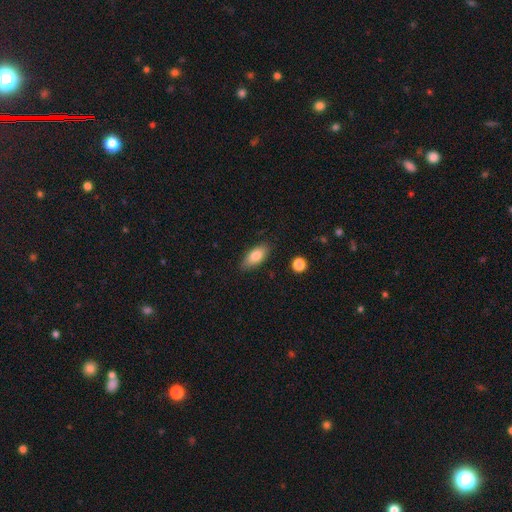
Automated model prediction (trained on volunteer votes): Smooth or featured? Predicted: smooth (p=0.80). How rounded? Predicted: in between (p=0.84). Merging? Predicted: none (p=0.84).